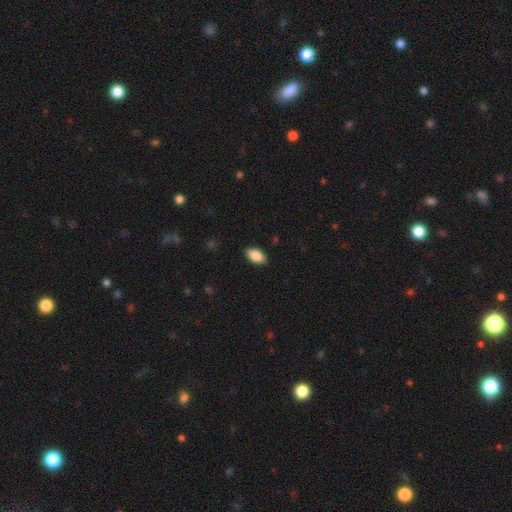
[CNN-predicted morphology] This appears to be a smooth galaxy with no disk features (88%) that is in between round and cigar-shaped (94%). Merging: none (88%).